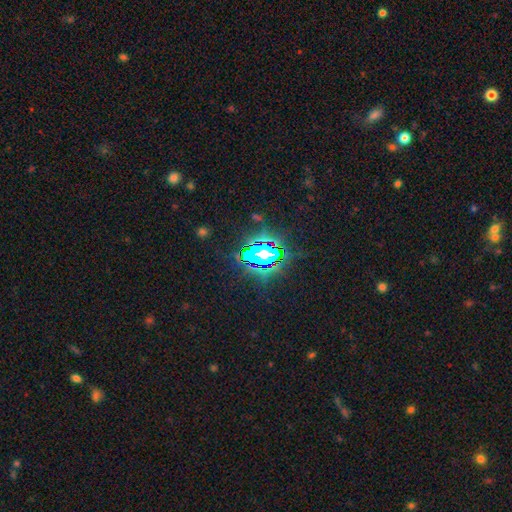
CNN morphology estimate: Smooth or featured: star or artifact — 81% (smooth — 12%)